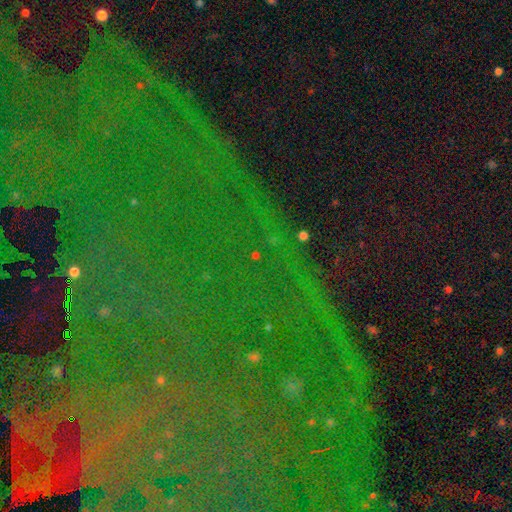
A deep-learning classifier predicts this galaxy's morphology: A star or artifact, not a galaxy (80%).

Vote fractions:
- Smooth or featured? star or artifact: 80% / smooth: 12% / featured or disk: 8%